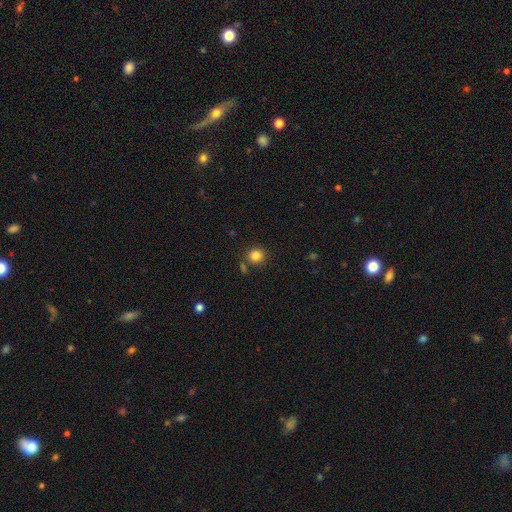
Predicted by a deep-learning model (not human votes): A smooth galaxy with no disk features (84%) that is round (90%). Merging: none (81%).